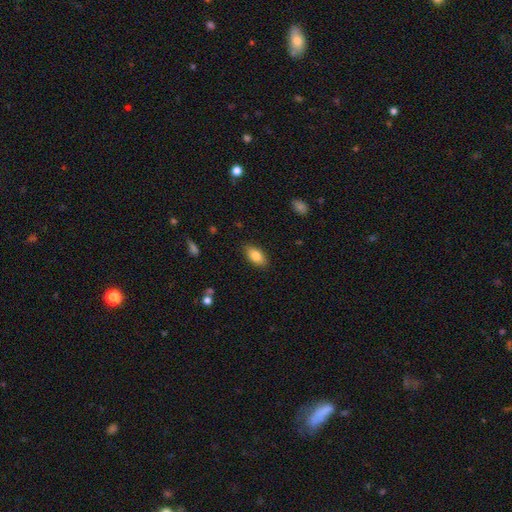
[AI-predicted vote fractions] smooth_or_featured: smooth (p=0.83) [alt: featured or disk p=0.10]
how_rounded: in between (p=0.90) [alt: cigar-shaped p=0.07]
merging: none (p=0.87) [alt: minor disturbance p=0.10]